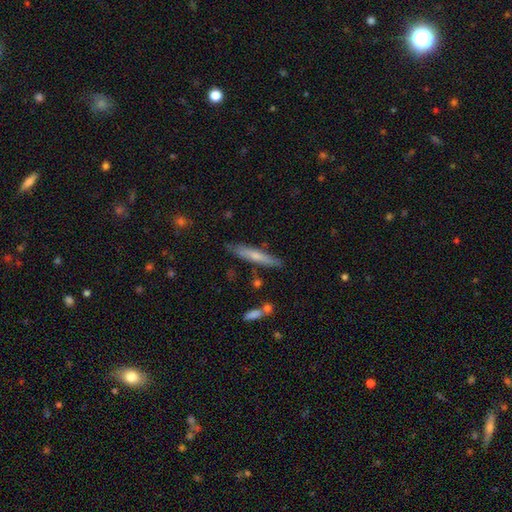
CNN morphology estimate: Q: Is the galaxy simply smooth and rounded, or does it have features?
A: smooth — 58%.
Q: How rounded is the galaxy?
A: cigar-shaped — 92%.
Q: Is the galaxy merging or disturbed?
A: none — 82%.